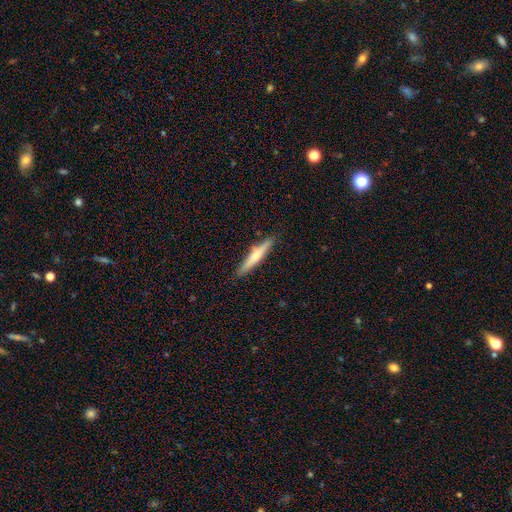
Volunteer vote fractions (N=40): smooth-or-featured: smooth: 57% | featured or disk: 30% | star or artifact: 12%
  how-rounded: cigar-shaped: 91% | in between: 9% | round: 0%
  merging: none: 83% | minor disturbance: 11% | major disturbance: 3% | merger: 3%